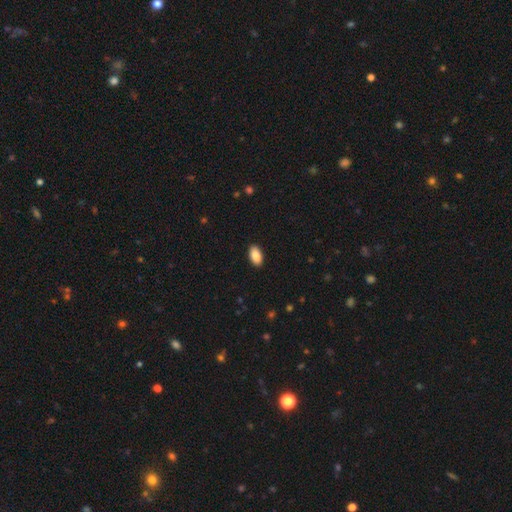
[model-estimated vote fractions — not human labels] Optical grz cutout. It shows a smooth galaxy with no disk features (89%) that is in between round and cigar-shaped (94%). Merging: none (90%).